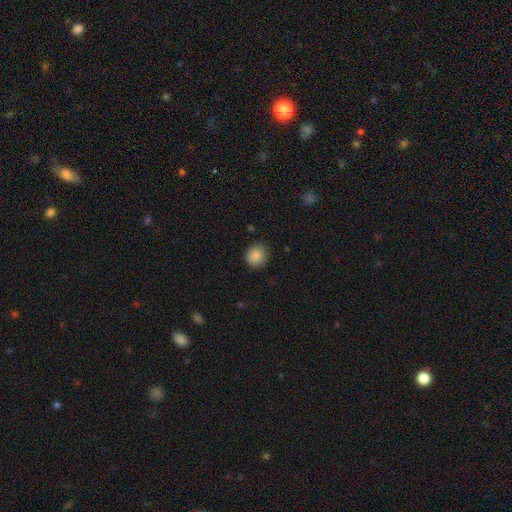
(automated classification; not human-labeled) Overall: smooth (87%). How rounded: round (86%). Merging: none (88%).